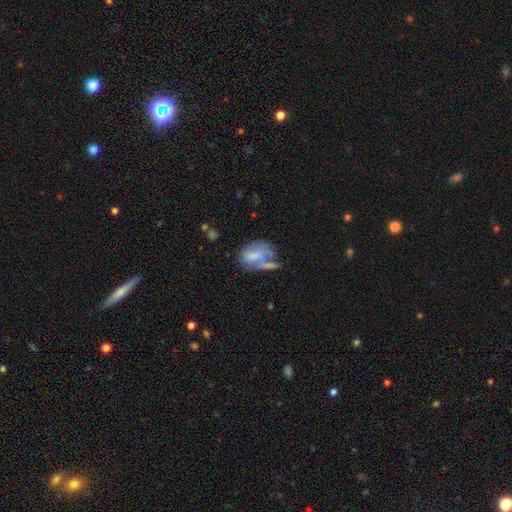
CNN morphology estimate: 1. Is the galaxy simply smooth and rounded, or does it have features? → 48% smooth, 43% featured or disk, 9% star or artifact.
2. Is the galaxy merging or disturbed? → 28% major disturbance, 26% none, 24% merger, 22% minor disturbance.